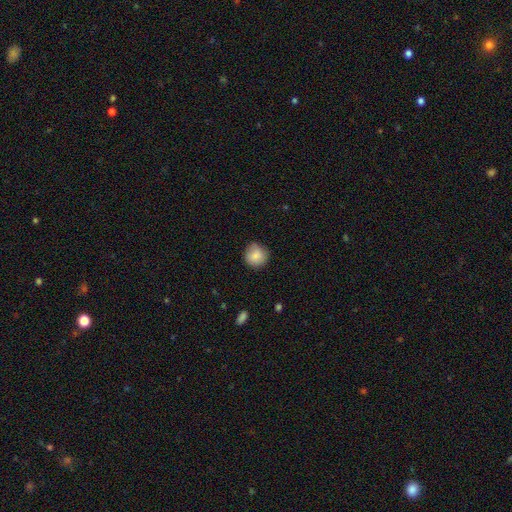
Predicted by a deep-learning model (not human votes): smooth 85%, star or artifact 8%, featured or disk 7%. Down the decision tree: how rounded — round (90%); merging — none (80%).